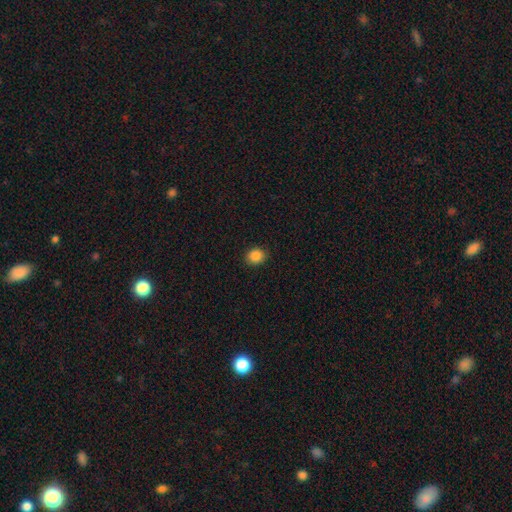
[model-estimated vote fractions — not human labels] A smooth galaxy with no disk features (87%) that is round (66%). Merging: none (88%).